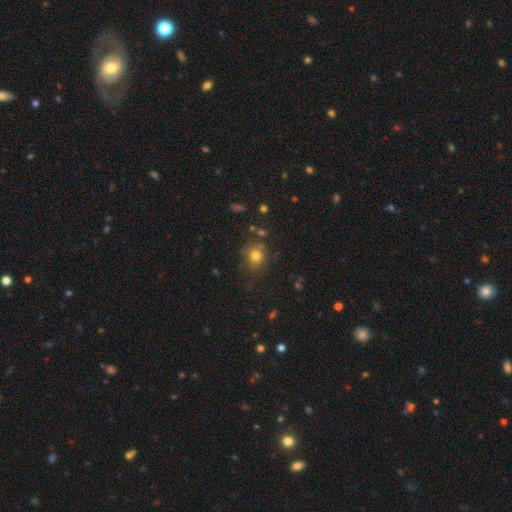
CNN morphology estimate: Smooth or featured: smooth — 77% (star or artifact — 14%)
How rounded: round — 80% (in between — 19%)
Merging: none — 72% (minor disturbance — 16%)